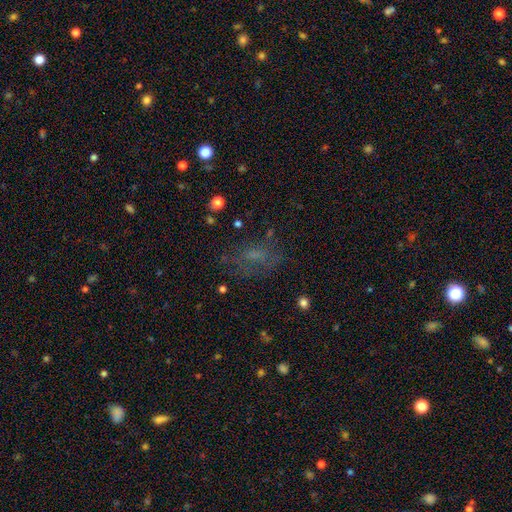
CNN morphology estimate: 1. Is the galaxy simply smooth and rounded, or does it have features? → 45% smooth, 30% featured or disk, 25% star or artifact.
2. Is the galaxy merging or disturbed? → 55% none, 22% major disturbance, 20% minor disturbance, 3% merger.